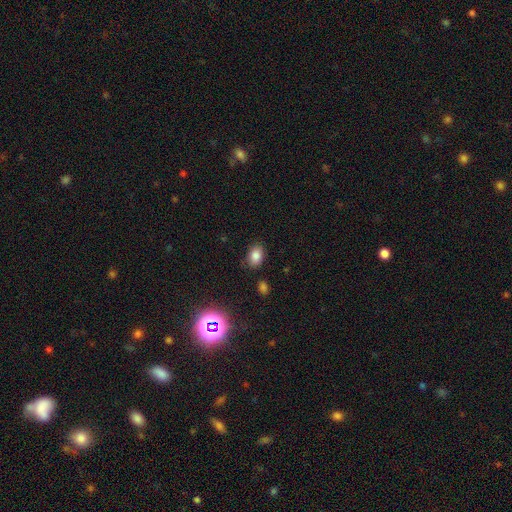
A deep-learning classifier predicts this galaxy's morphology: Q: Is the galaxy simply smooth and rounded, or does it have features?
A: smooth — 82%.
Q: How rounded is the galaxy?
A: in between — 81%.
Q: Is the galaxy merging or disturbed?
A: none — 83%.